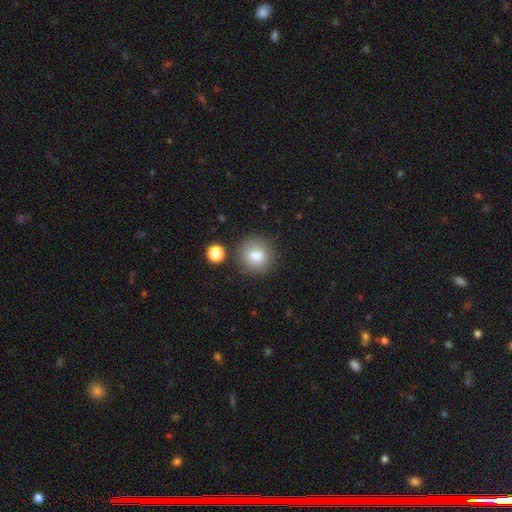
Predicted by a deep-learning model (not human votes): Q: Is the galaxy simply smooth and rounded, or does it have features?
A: smooth — 81%.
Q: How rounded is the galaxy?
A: round — 90%.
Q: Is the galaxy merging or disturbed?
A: none — 80%.